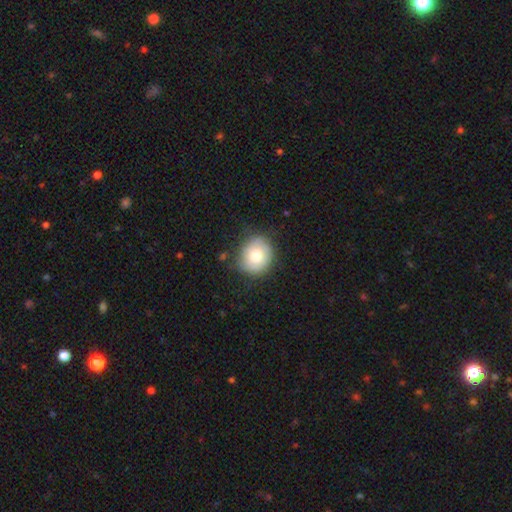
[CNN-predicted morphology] This appears to be a smooth galaxy with no disk features (75%) that is round (73%). Merging: none (79%).